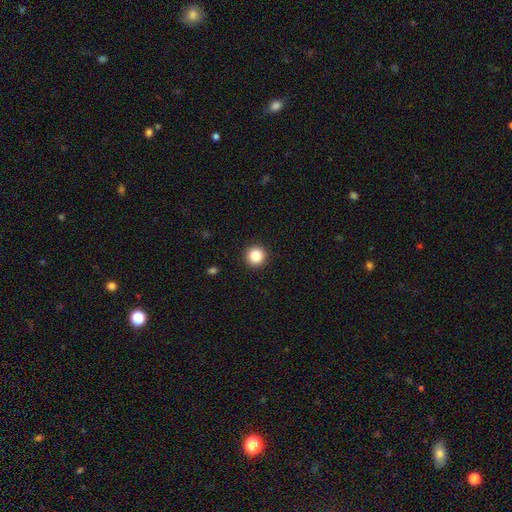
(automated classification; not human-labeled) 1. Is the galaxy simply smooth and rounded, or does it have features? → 85% smooth, 10% star or artifact, 5% featured or disk.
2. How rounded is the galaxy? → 96% round, 3% in between, 1% cigar-shaped.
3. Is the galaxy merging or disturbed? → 93% none, 4% minor disturbance, 2% major disturbance, 1% merger.